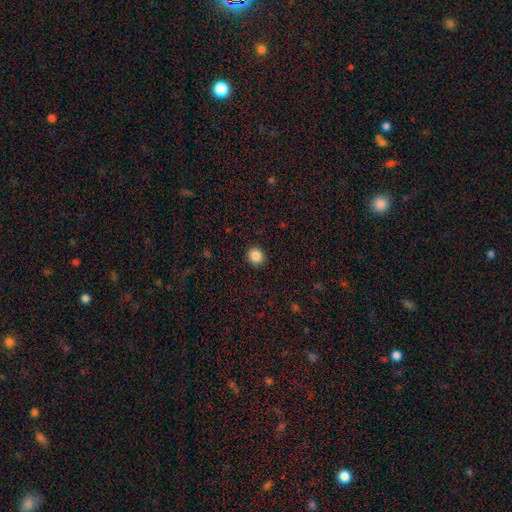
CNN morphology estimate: Smooth or featured: smooth — 86% (star or artifact — 10%)
How rounded: round — 86% (in between — 13%)
Merging: none — 92% (minor disturbance — 6%)